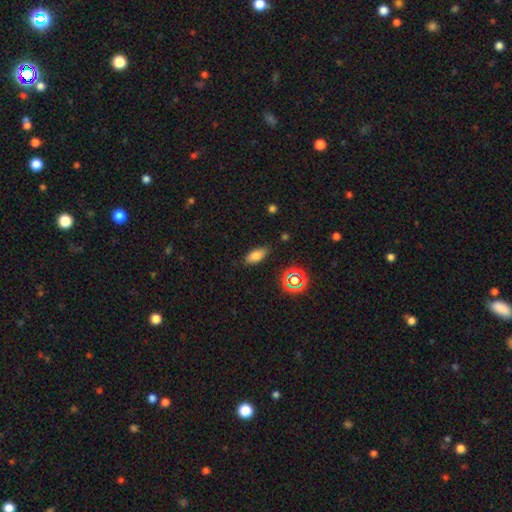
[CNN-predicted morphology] smooth_or_featured: smooth (p=0.76) [alt: star or artifact p=0.14]
how_rounded: in between (p=0.83) [alt: cigar-shaped p=0.12]
merging: none (p=0.82) [alt: minor disturbance p=0.13]